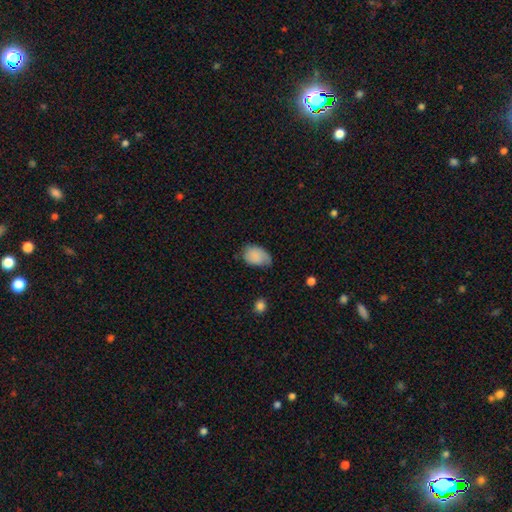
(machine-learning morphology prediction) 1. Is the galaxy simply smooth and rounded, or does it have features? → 84% smooth, 8% featured or disk, 7% star or artifact.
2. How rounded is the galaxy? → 86% in between, 13% round, 1% cigar-shaped.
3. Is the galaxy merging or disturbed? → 50% none, 38% minor disturbance, 9% major disturbance, 2% merger.